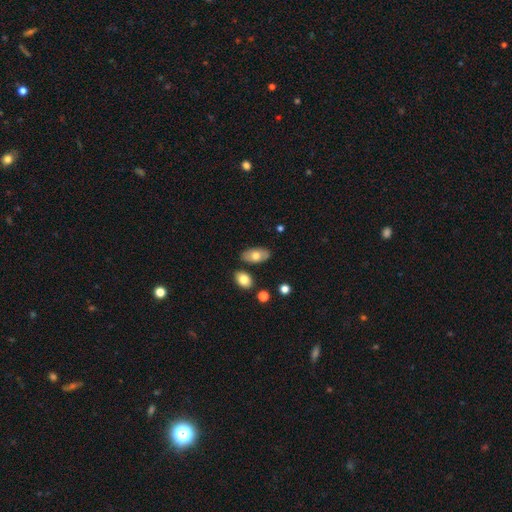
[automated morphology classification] Smooth or featured?
  - smooth: 70% *
  - featured or disk: 23%
  - star or artifact: 7%
How rounded?
  - in between: 93% *
  - round: 4%
  - cigar-shaped: 3%
Merging?
  - none: 79% *
  - minor disturbance: 12%
  - merger: 6%
  - major disturbance: 2%